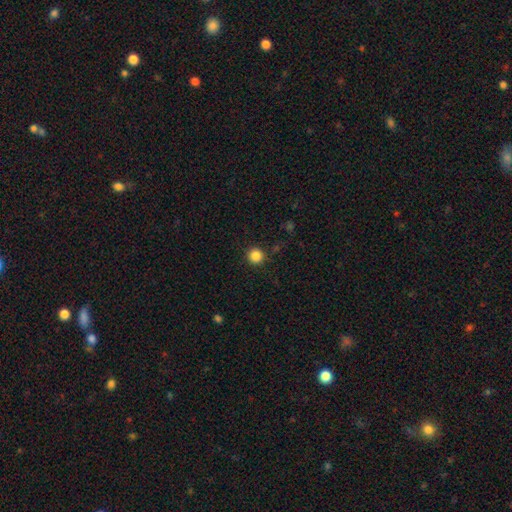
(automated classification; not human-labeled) Smooth or featured: smooth — 86% (star or artifact — 11%)
How rounded: round — 95% (in between — 4%)
Merging: none — 91% (minor disturbance — 5%)